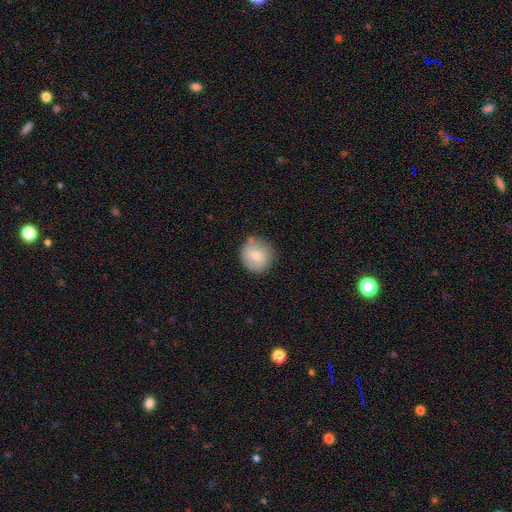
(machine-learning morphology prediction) type=smooth (74%); roundness=round (89%); merging=none (77%).